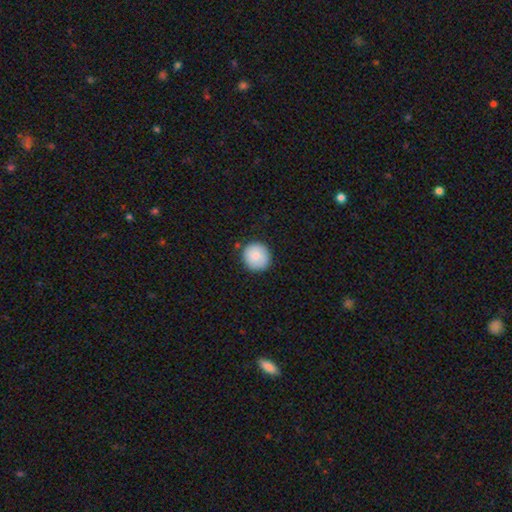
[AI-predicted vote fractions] Smooth or featured?
  - smooth: 86% *
  - featured or disk: 7%
  - star or artifact: 7%
How rounded?
  - round: 93% *
  - in between: 6%
  - cigar-shaped: 1%
Merging?
  - none: 87% *
  - minor disturbance: 9%
  - major disturbance: 2%
  - merger: 2%